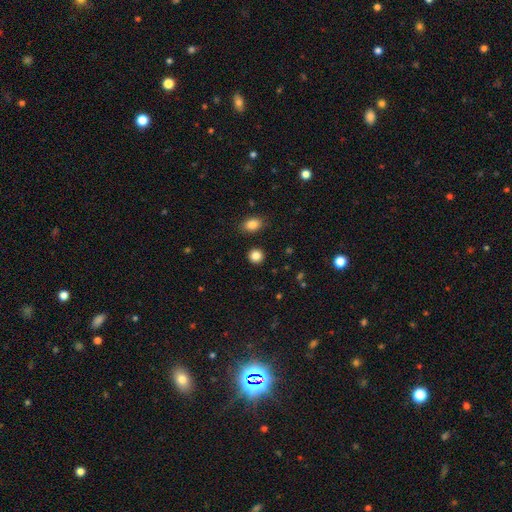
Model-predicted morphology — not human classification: Q: Smooth or featured?
A: smooth (85%); runner-up: star or artifact (11%)
Q: How rounded?
A: round (88%); runner-up: in between (11%)
Q: Merging?
A: none (89%); runner-up: minor disturbance (6%)